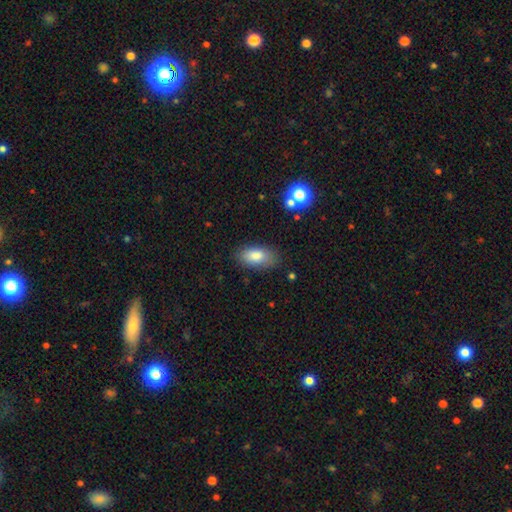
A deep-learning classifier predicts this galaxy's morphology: The model was most divided on "merging": none: 82%, minor disturbance: 13%, major disturbance: 3%, merger: 2%. More confident: how rounded — in between (92%); smooth or featured — smooth (83%).